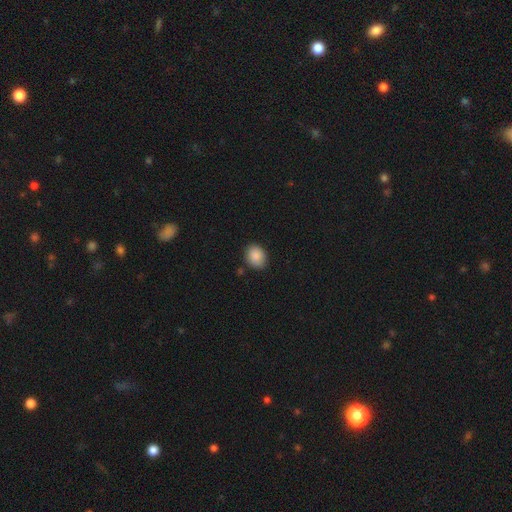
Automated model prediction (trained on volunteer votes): Morphology: type=smooth (88%); roundness=in between (51%); merging=none (80%).